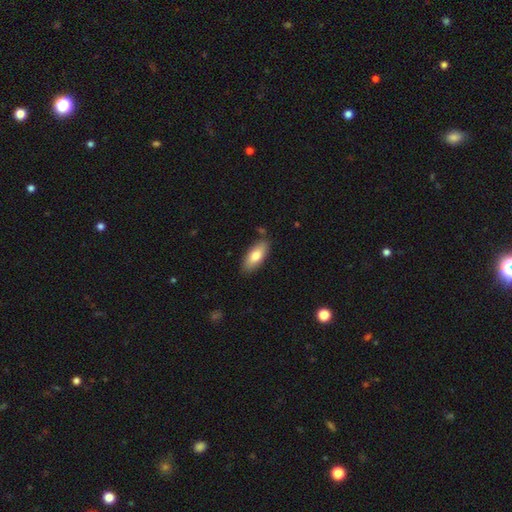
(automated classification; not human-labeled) Q: Smooth or featured?
A: smooth (76%); runner-up: featured or disk (18%)
Q: How rounded?
A: in between (81%); runner-up: cigar-shaped (16%)
Q: Merging?
A: none (84%); runner-up: minor disturbance (11%)